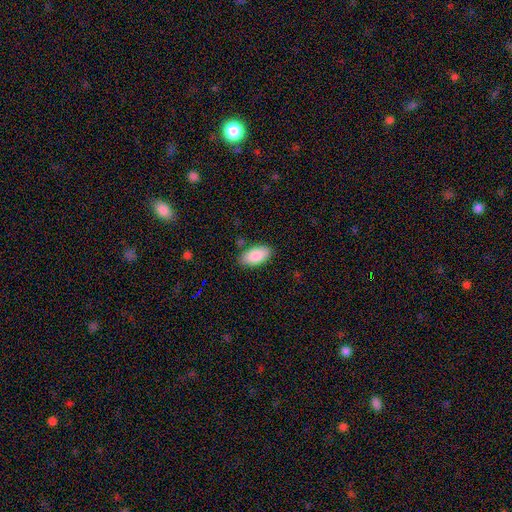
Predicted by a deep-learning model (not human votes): This appears to be a smooth galaxy with no disk features (86%) that is in between round and cigar-shaped (94%). Merging: none (82%).